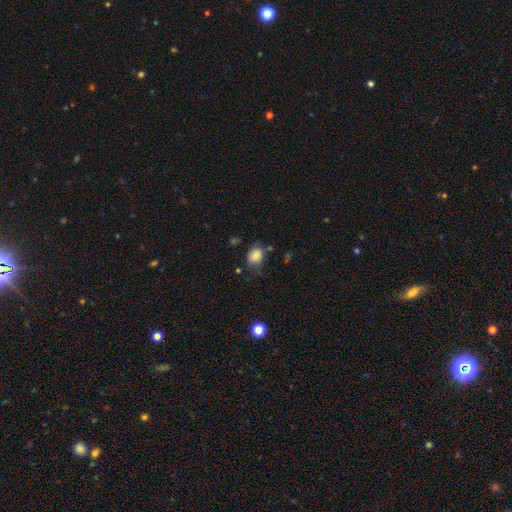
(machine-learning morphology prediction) This is likely a smooth galaxy (79%). How rounded: possibly in between (53%). Merging: possibly none (52%).